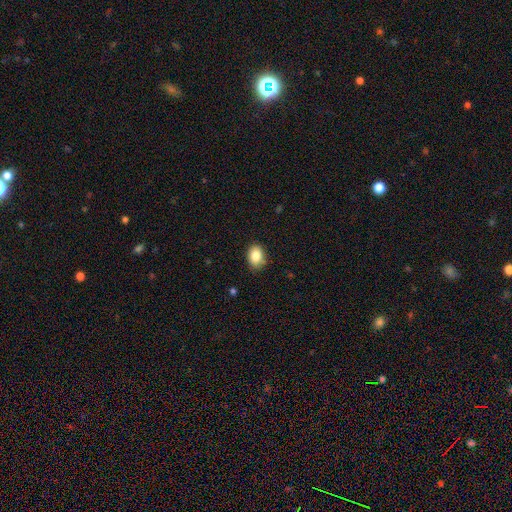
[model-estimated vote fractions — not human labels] Morphology: type=smooth (84%); roundness=in between (70%); merging=none (81%).